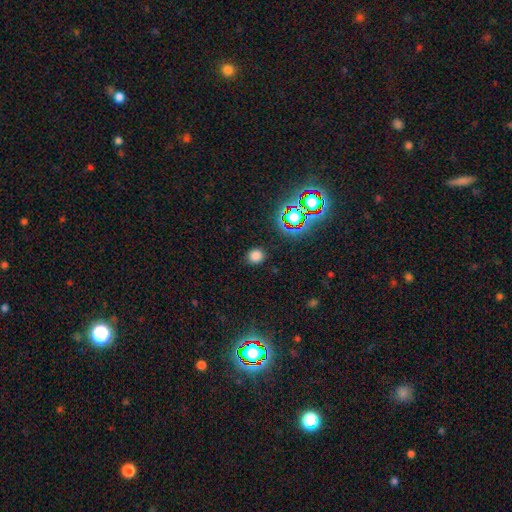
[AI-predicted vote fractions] Smooth or featured? smooth (75%)
How rounded? round (81%)
Merging? none (87%)